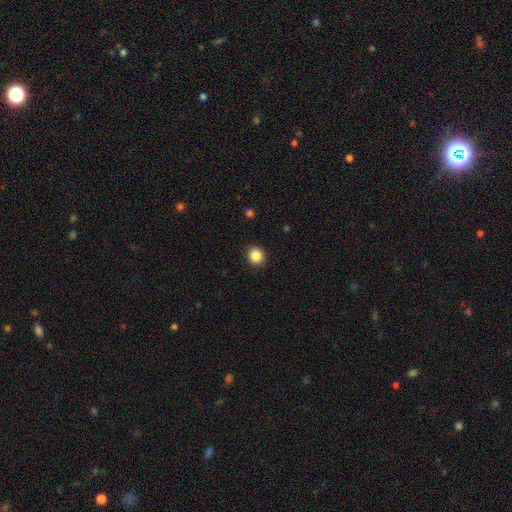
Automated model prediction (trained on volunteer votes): Smooth or featured: smooth — 86% (star or artifact — 10%)
How rounded: round — 88% (in between — 11%)
Merging: none — 91% (minor disturbance — 6%)